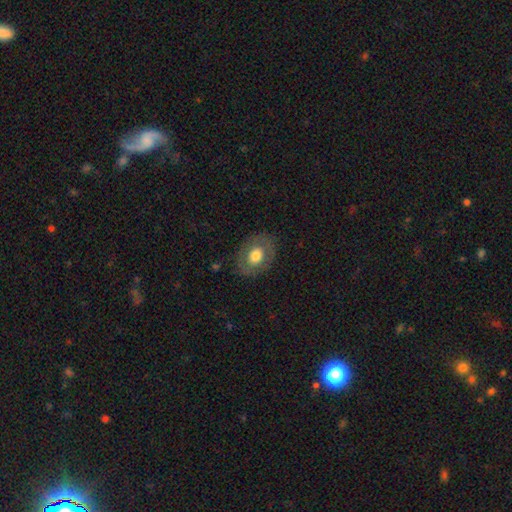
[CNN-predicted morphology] smooth_or_featured: smooth (p=0.62) [alt: featured or disk p=0.31]
how_rounded: in between (p=0.60) [alt: round p=0.39]
merging: none (p=0.80) [alt: minor disturbance p=0.13]